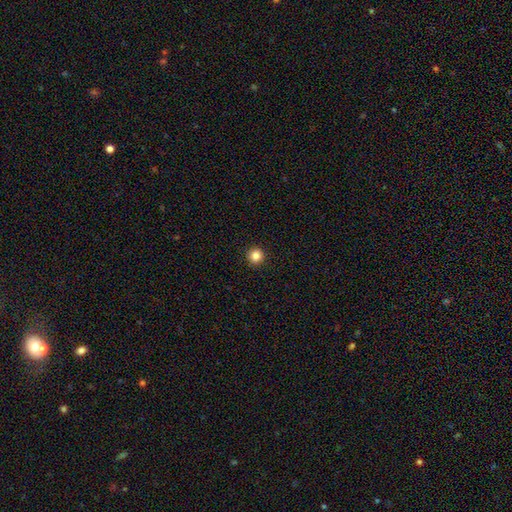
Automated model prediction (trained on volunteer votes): A smooth galaxy with no disk features (85%) that is round (96%). Merging: none (94%).